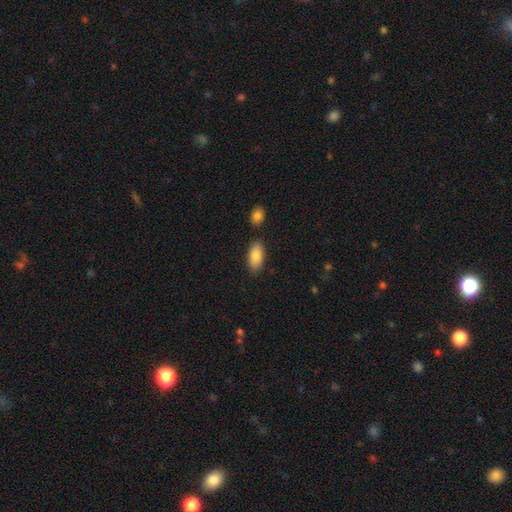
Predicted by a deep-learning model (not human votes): Smooth or featured? smooth (83%)
How rounded? in between (90%)
Merging? none (83%)